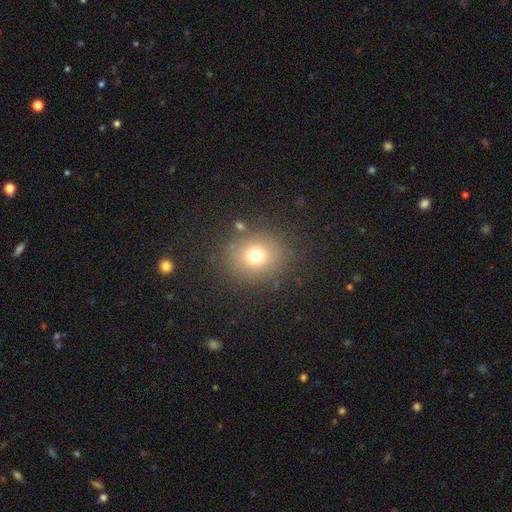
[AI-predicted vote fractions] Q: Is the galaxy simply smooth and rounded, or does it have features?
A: smooth — 72%.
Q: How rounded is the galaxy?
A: round — 78%.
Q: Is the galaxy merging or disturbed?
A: none — 84%.